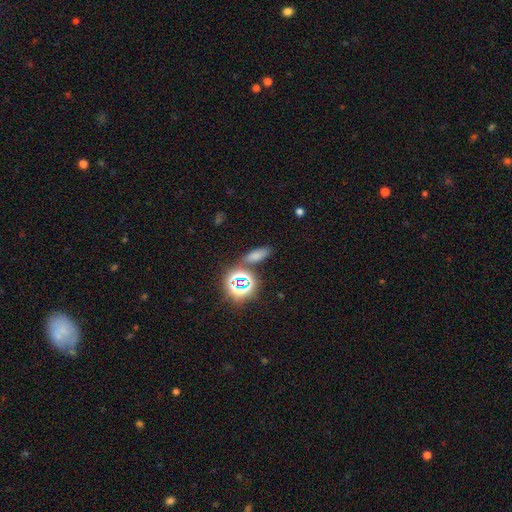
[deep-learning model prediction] Smooth or featured: smooth — 65% (star or artifact — 27%)
How rounded: in between — 64% (cigar-shaped — 26%)
Merging: none — 79% (minor disturbance — 10%)